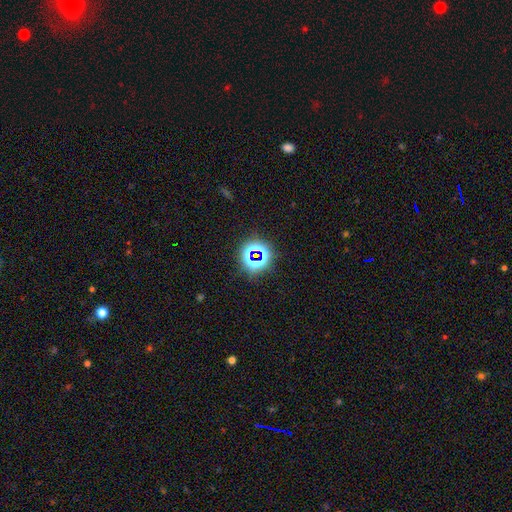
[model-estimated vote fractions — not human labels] smooth-or-featured: star or artifact: 71% | smooth: 20% | featured or disk: 9%